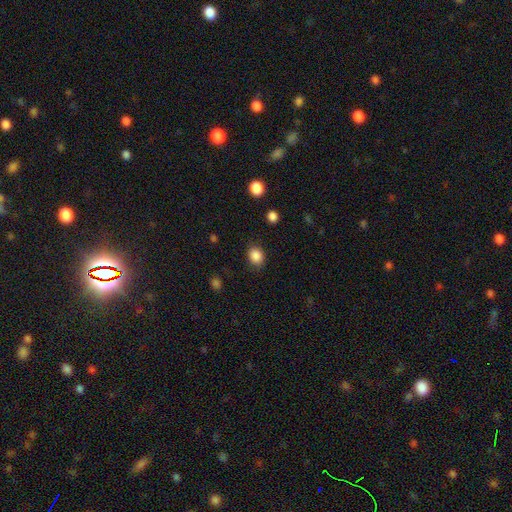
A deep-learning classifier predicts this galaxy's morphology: type=smooth (87%); roundness=round (53%); merging=none (84%).